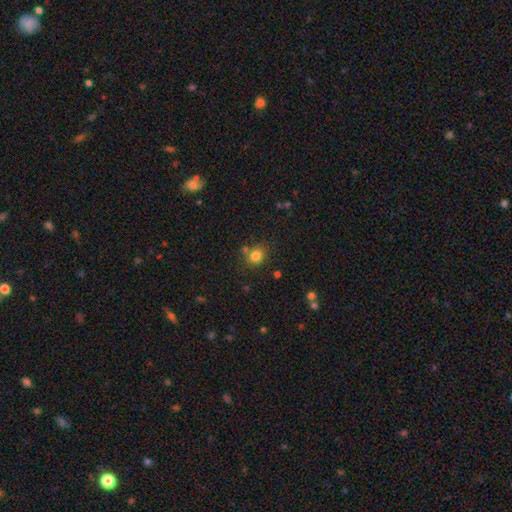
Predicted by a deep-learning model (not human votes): This appears to be a smooth galaxy with no disk features (81%) that is round (69%). Merging: none (73%).